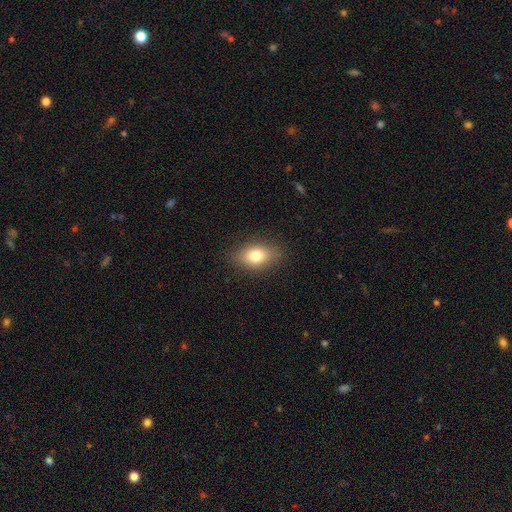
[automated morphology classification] smooth-or-featured: smooth: 77% | featured or disk: 13% | star or artifact: 10%
  how-rounded: in between: 80% | round: 17% | cigar-shaped: 3%
  merging: none: 84% | minor disturbance: 12% | major disturbance: 3% | merger: 1%